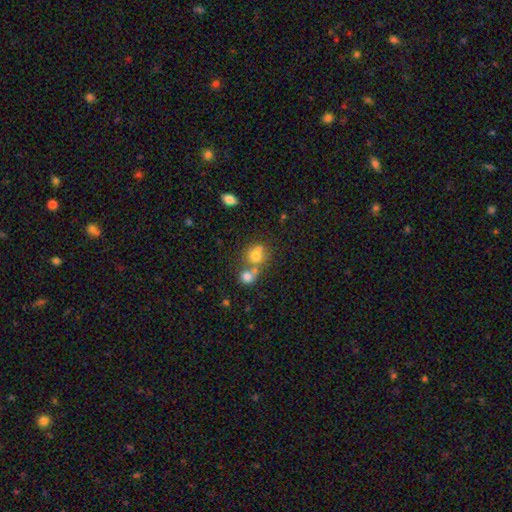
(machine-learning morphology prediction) Overall: smooth (70%). How rounded: round (80%). Merging: merger (46%; none 41%).